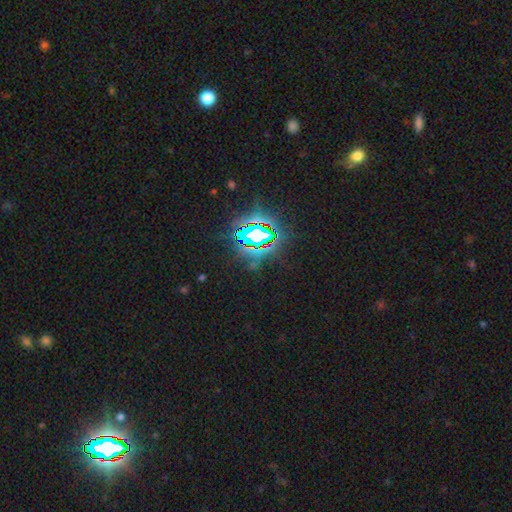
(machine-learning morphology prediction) Smooth or featured: star or artifact — 84% (smooth — 10%)